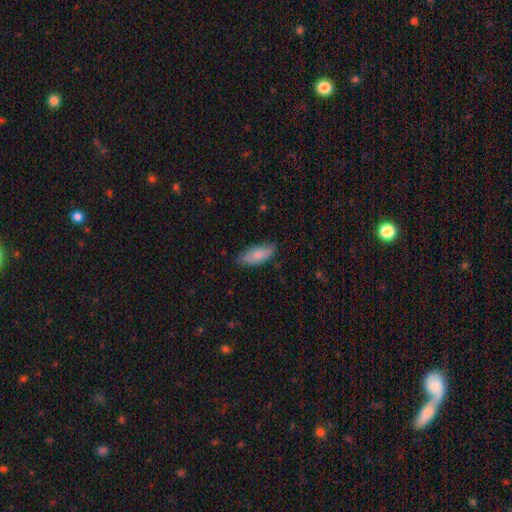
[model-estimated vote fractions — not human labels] The model was most divided on "merging": none: 72%, minor disturbance: 22%, major disturbance: 4%, merger: 1%. More confident: smooth or featured — smooth (80%); how rounded — in between (79%).